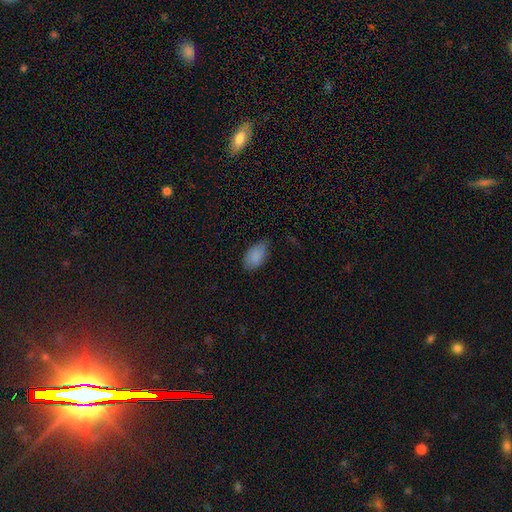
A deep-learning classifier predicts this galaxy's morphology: smooth-or-featured: smooth: 87% | star or artifact: 7% | featured or disk: 6%
  how-rounded: in between: 93% | round: 5% | cigar-shaped: 2%
  merging: none: 60% | minor disturbance: 33% | major disturbance: 6% | merger: 1%